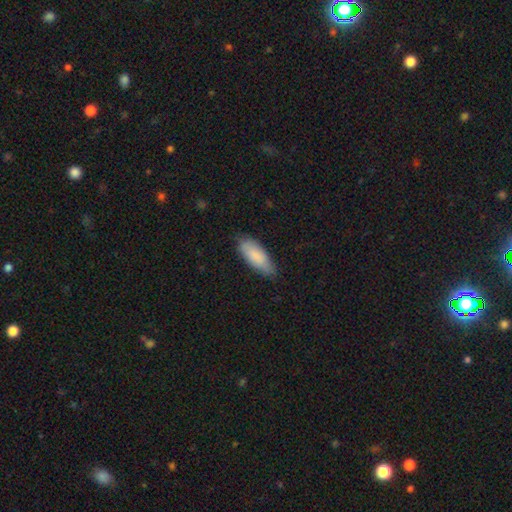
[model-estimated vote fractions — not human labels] Overall: smooth (86%). How rounded: in between (75%). Merging: none (75%).